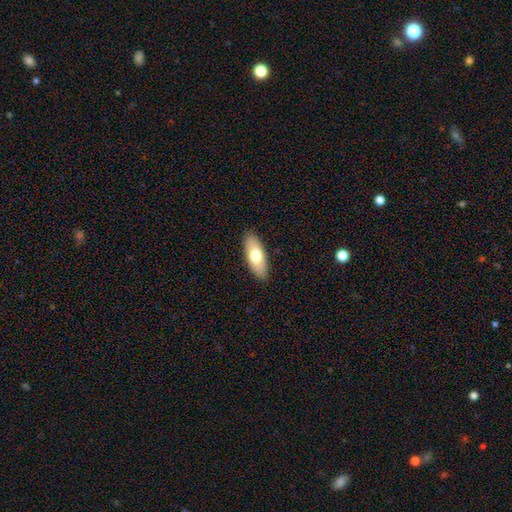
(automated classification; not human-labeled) Smooth or featured: smooth — 71% (featured or disk — 24%)
How rounded: in between — 74% (cigar-shaped — 24%)
Merging: none — 90% (minor disturbance — 8%)